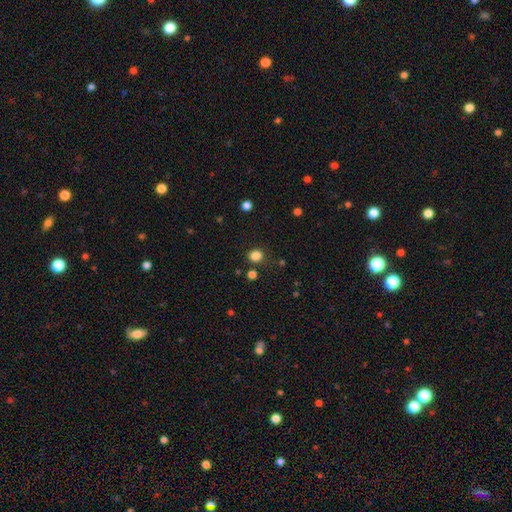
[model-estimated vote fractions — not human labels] smooth-or-featured: smooth: 83% | star or artifact: 14% | featured or disk: 3%
  how-rounded: round: 73% | in between: 26% | cigar-shaped: 1%
  merging: none: 82% | minor disturbance: 10% | major disturbance: 4% | merger: 3%